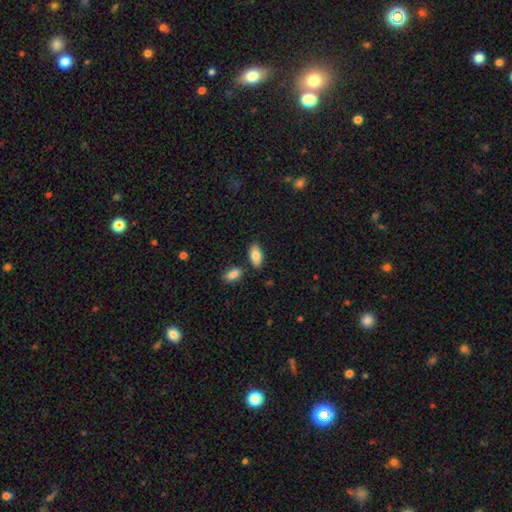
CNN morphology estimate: Overall: smooth (83%). How rounded: in between (91%). Merging: none (82%).